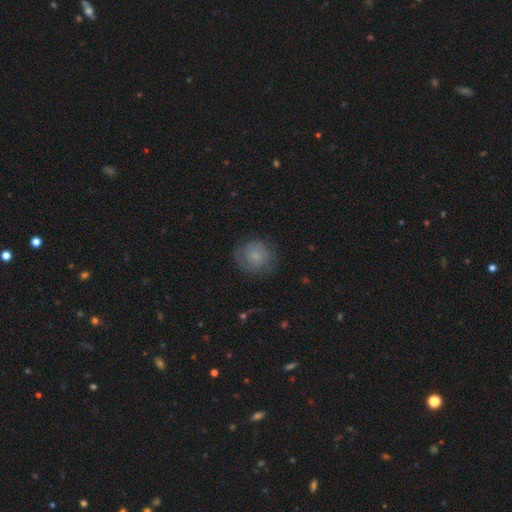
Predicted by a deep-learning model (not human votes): The model was most divided on "smooth or featured": smooth: 63%, featured or disk: 29%, star or artifact: 9%. More confident: how rounded — round (88%); merging — none (72%).